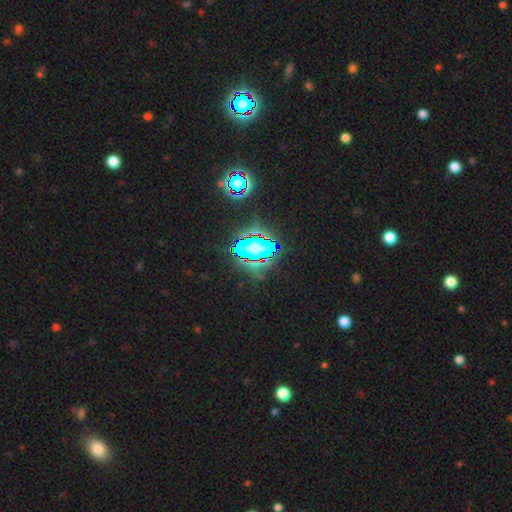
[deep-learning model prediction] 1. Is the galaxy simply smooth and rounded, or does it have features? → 83% star or artifact, 10% smooth, 7% featured or disk.